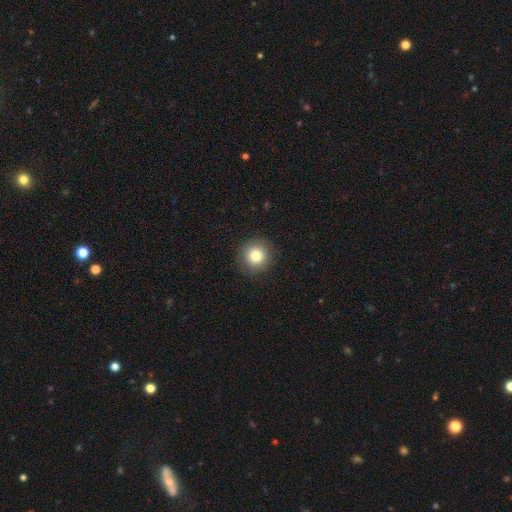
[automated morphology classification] Overall: smooth (81%). How rounded: round (95%). Merging: none (91%).